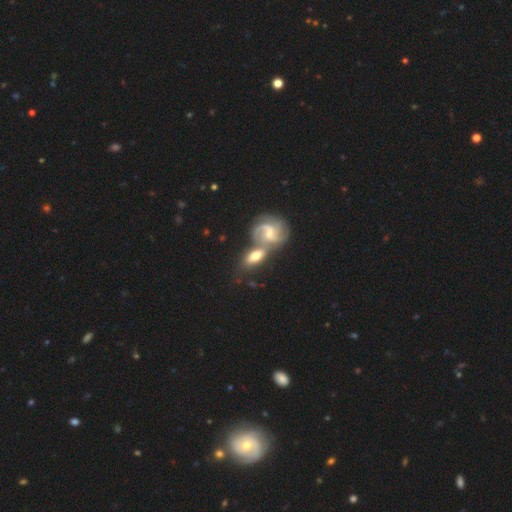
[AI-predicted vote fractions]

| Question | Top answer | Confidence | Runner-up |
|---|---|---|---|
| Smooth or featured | featured or disk | 52% | smooth (41%) |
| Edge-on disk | no | 88% | yes (12%) |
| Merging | merger | 46% | none (38%) |